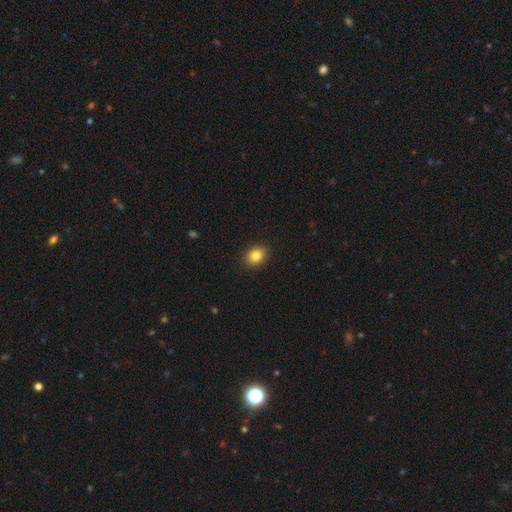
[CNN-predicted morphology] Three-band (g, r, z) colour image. It shows a smooth galaxy with no disk features (84%) that is in between round and cigar-shaped (51%). Merging: none (90%).